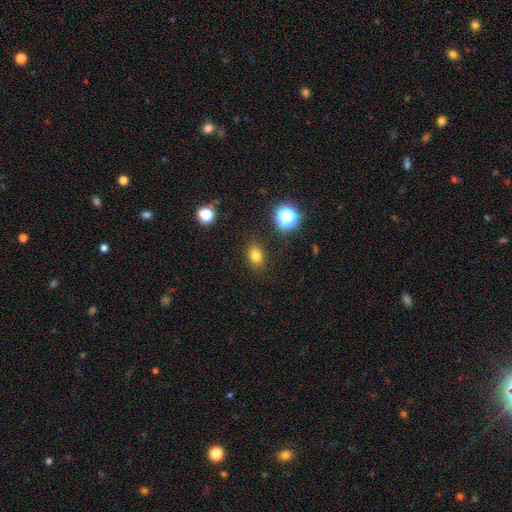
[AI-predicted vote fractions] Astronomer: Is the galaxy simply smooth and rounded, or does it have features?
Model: smooth — 78%.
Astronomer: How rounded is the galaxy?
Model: in between — 63%.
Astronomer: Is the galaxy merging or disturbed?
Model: none — 86%.